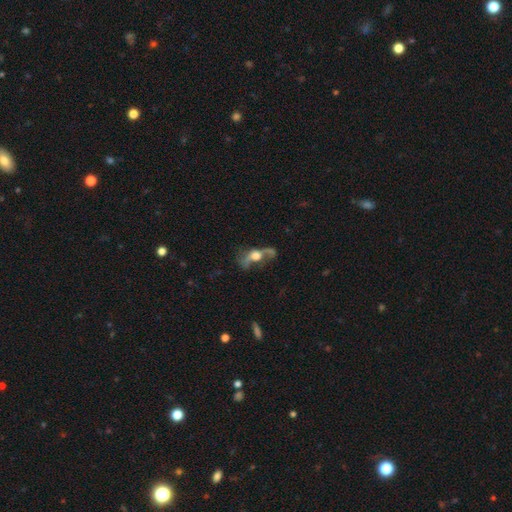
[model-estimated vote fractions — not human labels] Smooth or featured?
  - featured or disk: 60% *
  - smooth: 29%
  - star or artifact: 11%
Edge-on disk?
  - no: 63% *
  - yes: 37%
Merging?
  - major disturbance: 37% *
  - none: 36%
  - minor disturbance: 18%
  - merger: 9%